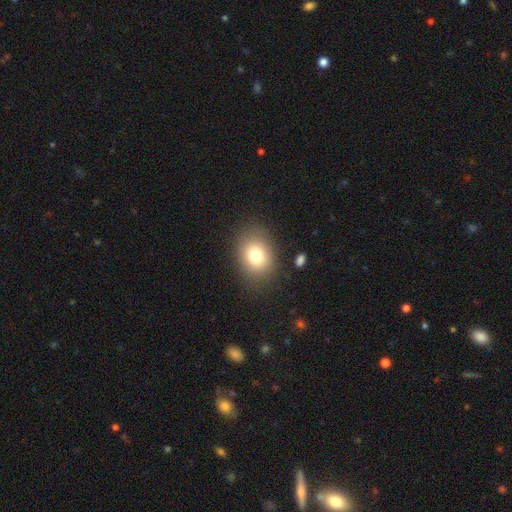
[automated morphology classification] smooth_or_featured: smooth (p=0.78) [alt: featured or disk p=0.11]
how_rounded: in between (p=0.59) [alt: round p=0.40]
merging: none (p=0.82) [alt: minor disturbance p=0.11]